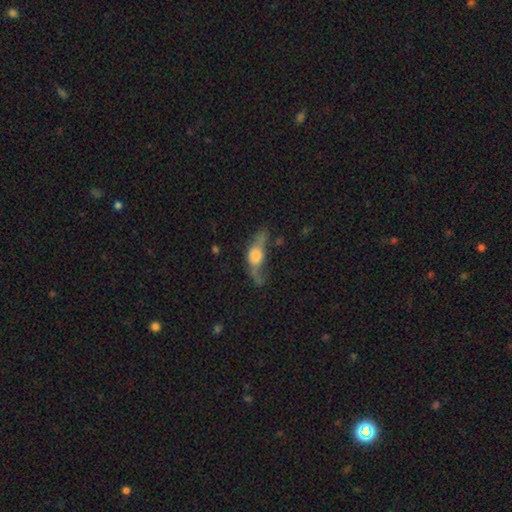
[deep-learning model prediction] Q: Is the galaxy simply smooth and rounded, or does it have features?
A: featured or disk — 53%.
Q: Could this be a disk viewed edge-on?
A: yes — 63%.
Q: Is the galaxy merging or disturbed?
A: none — 39%.